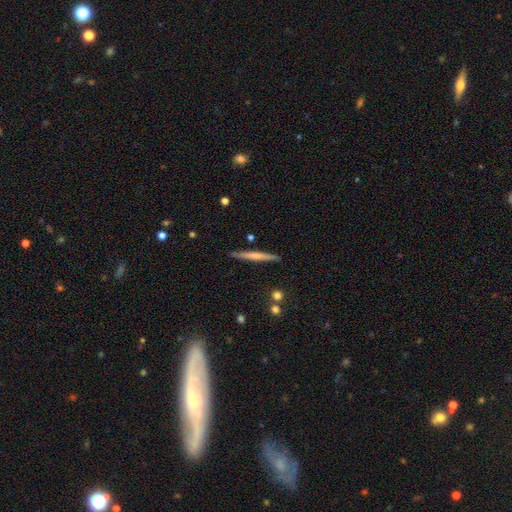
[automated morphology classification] smooth-or-featured: smooth: 48% | featured or disk: 46% | star or artifact: 6%
  merging: none: 88% | minor disturbance: 8% | merger: 2% | major disturbance: 2%